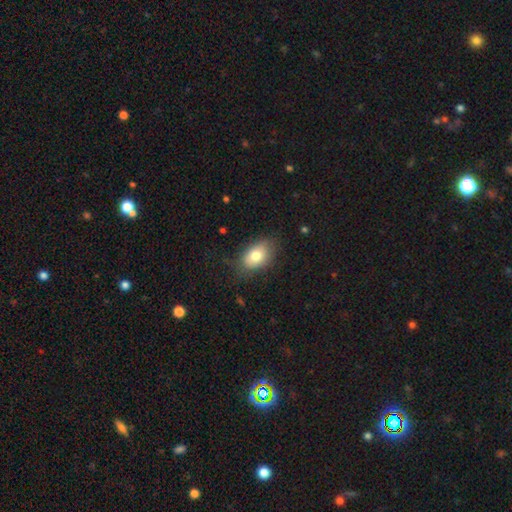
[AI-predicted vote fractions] Smooth or featured?
  - smooth: 79% *
  - featured or disk: 14%
  - star or artifact: 8%
How rounded?
  - in between: 88% *
  - round: 10%
  - cigar-shaped: 2%
Merging?
  - none: 71% *
  - minor disturbance: 21%
  - major disturbance: 6%
  - merger: 1%